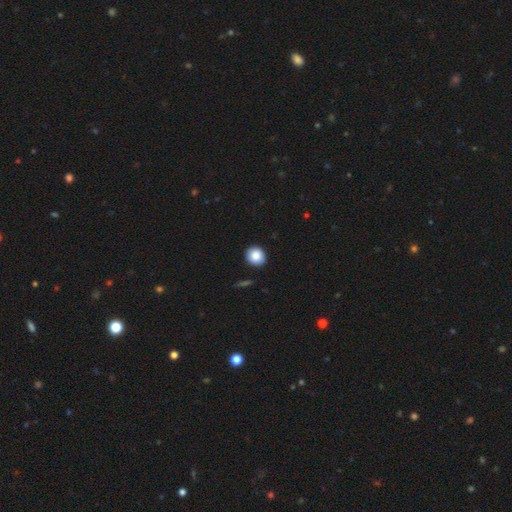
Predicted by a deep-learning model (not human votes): Smooth or featured?
  - smooth: 86% *
  - star or artifact: 8%
  - featured or disk: 5%
How rounded?
  - round: 80% *
  - in between: 19%
  - cigar-shaped: 1%
Merging?
  - none: 89% *
  - minor disturbance: 7%
  - major disturbance: 2%
  - merger: 1%